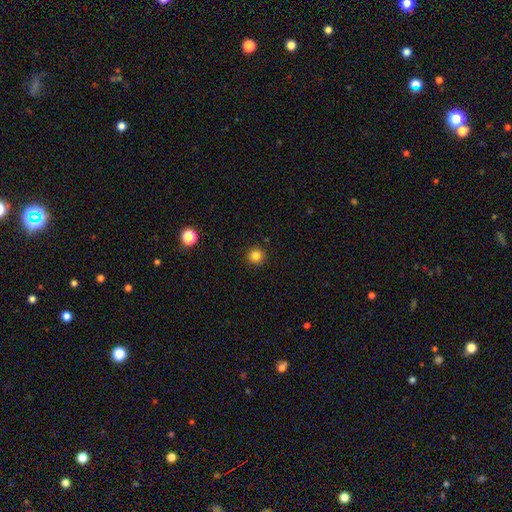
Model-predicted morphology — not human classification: smooth_or_featured: smooth (p=0.83) [alt: star or artifact p=0.13]
how_rounded: round (p=0.95) [alt: in between p=0.05]
merging: none (p=0.92) [alt: minor disturbance p=0.05]